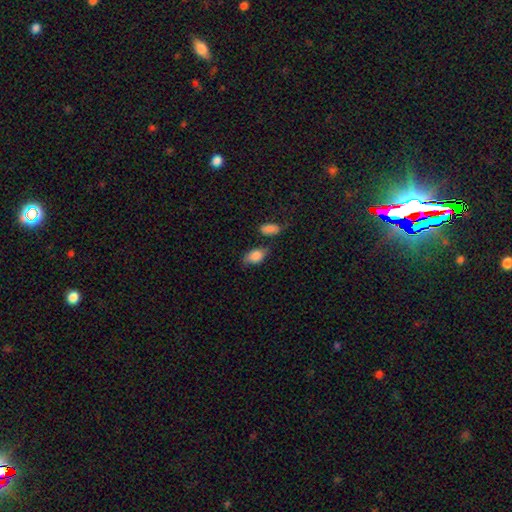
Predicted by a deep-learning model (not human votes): Morphology: type=smooth (82%); roundness=in between (88%); merging=none (59%).